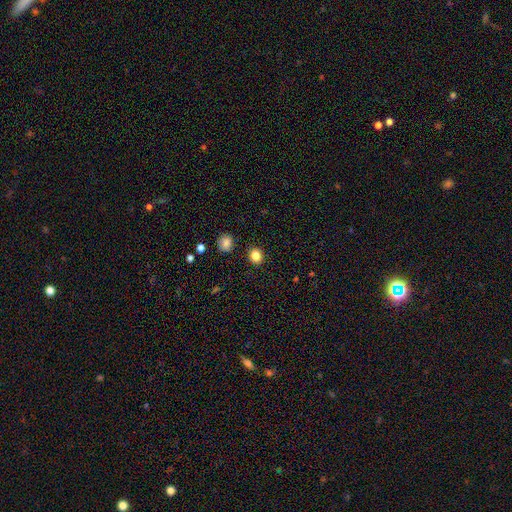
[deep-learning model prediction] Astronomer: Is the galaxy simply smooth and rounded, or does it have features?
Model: smooth — 84%.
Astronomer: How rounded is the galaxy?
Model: round — 78%.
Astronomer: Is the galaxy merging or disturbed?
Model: none — 90%.